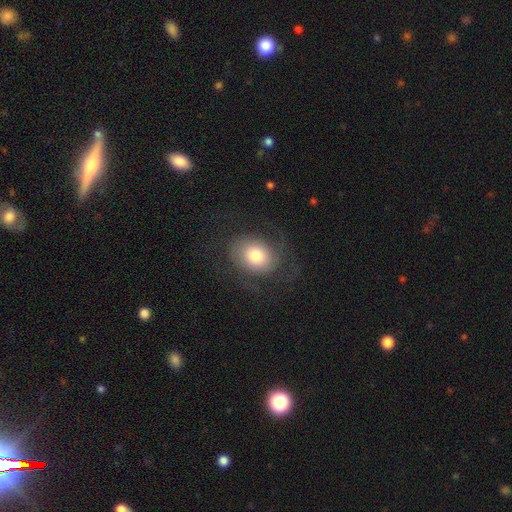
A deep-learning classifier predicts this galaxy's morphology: Q: Smooth or featured?
A: smooth (53%); runner-up: featured or disk (39%)
Q: How rounded?
A: in between (52%); runner-up: round (47%)
Q: Merging?
A: none (62%); runner-up: major disturbance (20%)